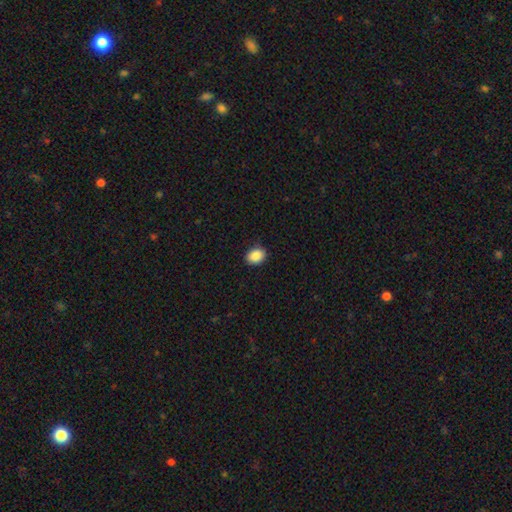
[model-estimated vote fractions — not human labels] The model was most divided on "how rounded": in between: 57%, round: 42%, cigar-shaped: 1%. More confident: smooth or featured — smooth (88%); merging — none (86%).